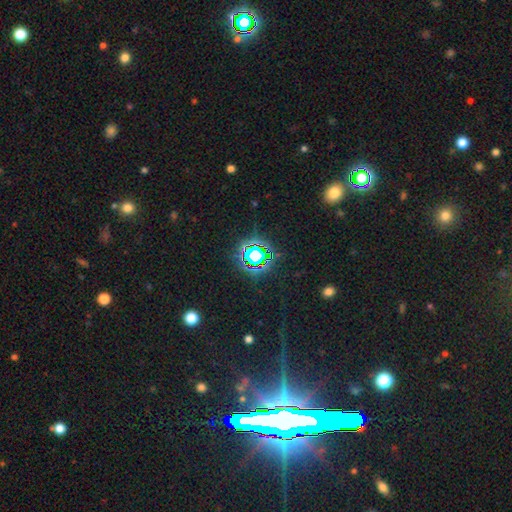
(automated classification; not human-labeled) Morphology: type=star or artifact (76%).